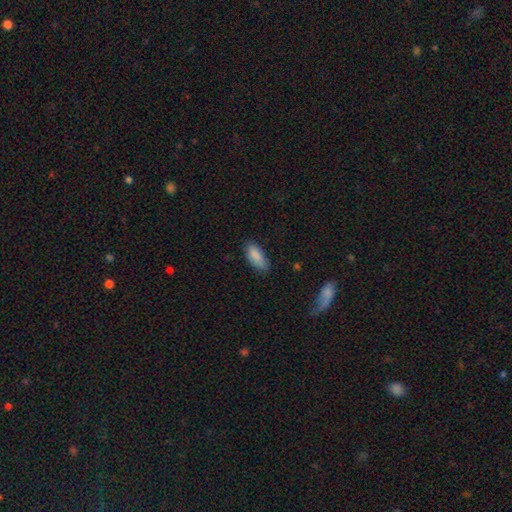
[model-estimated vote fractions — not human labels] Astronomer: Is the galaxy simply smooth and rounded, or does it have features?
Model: smooth — 88%.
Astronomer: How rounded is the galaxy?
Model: in between — 83%.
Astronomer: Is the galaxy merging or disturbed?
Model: none — 76%.